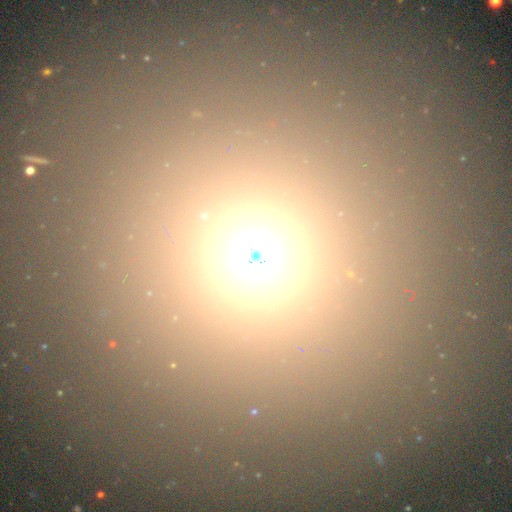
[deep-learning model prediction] The model was most divided on "smooth or featured": smooth: 54%, star or artifact: 28%, featured or disk: 18%. More confident: merging — none (85%); how rounded — round (70%).